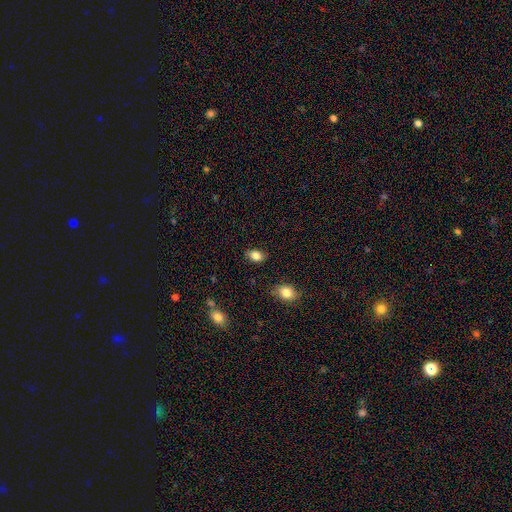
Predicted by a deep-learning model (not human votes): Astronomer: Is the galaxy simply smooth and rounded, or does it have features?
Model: smooth — 84%.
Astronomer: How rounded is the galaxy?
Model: in between — 78%.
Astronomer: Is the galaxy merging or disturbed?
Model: none — 86%.